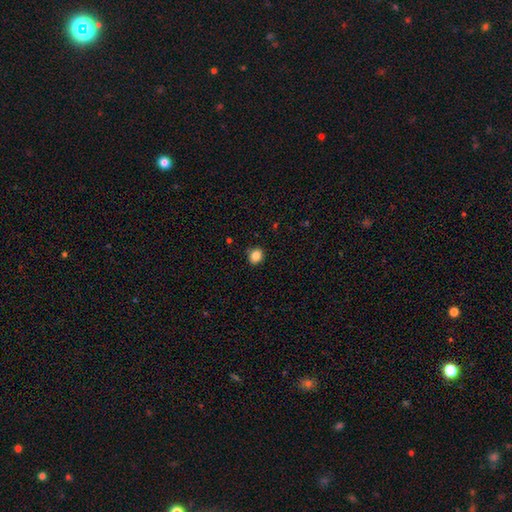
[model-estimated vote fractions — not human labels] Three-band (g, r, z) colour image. It shows a smooth galaxy with no disk features (85%) that is round (74%). Merging: none (89%).